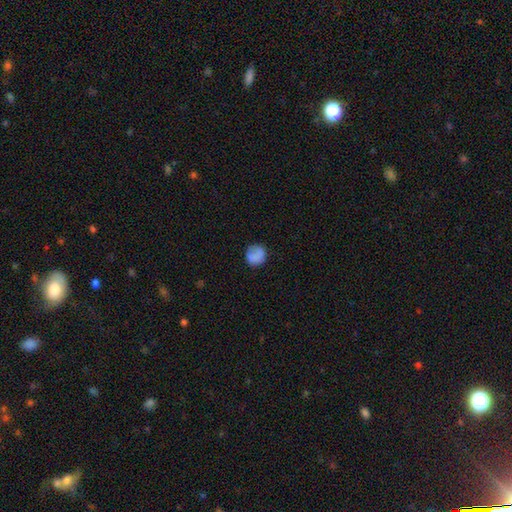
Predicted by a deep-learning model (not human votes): This is clearly a smooth galaxy (82%). How rounded: clearly round (86%). Merging: likely none (74%).